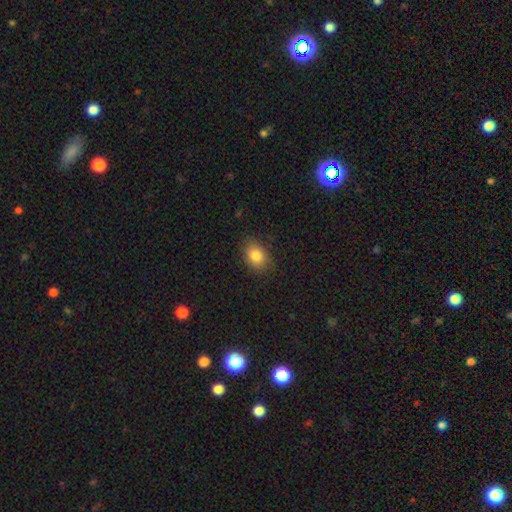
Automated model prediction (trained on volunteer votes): smooth 83%, star or artifact 9%, featured or disk 8%. Down the decision tree: how rounded — in between (71%); merging — none (83%).